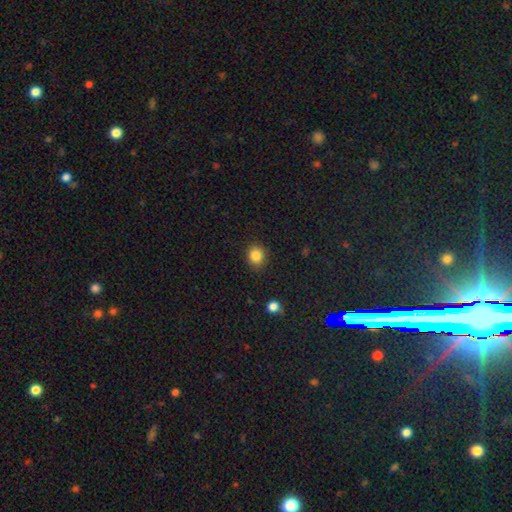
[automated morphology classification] Smooth or featured? Predicted: smooth (p=0.84). How rounded? Predicted: round (p=0.86). Merging? Predicted: none (p=0.87).